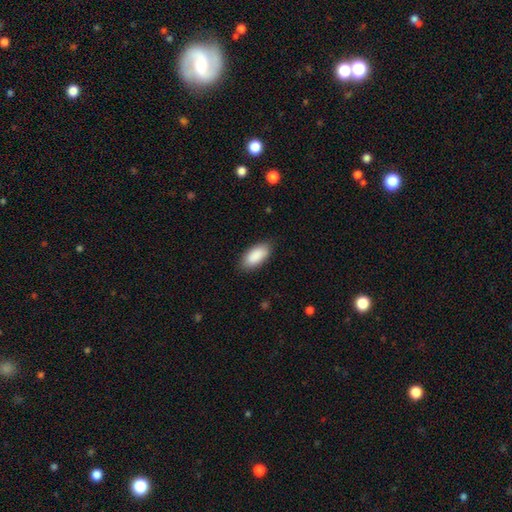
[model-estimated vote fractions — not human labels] Morphology: type=smooth (90%); roundness=in between (92%); merging=none (85%).